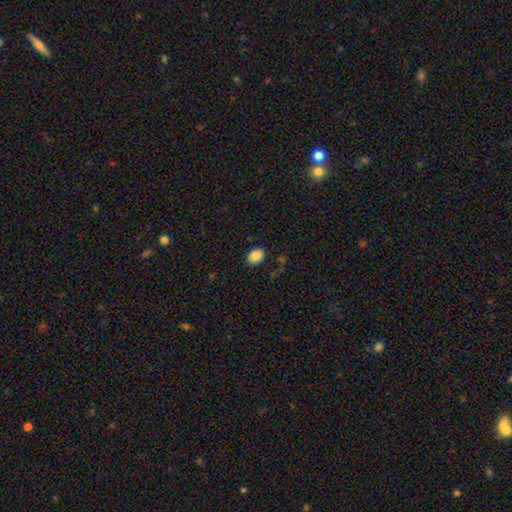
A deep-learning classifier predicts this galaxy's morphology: Smooth or featured? Predicted: smooth (p=0.88). How rounded? Predicted: in between (p=0.74). Merging? Predicted: none (p=0.87).